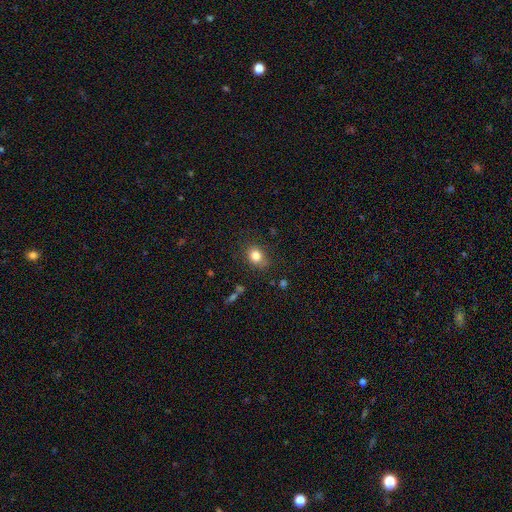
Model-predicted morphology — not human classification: A smooth galaxy with no disk features (82%) that is round (52%). Merging: none (79%).